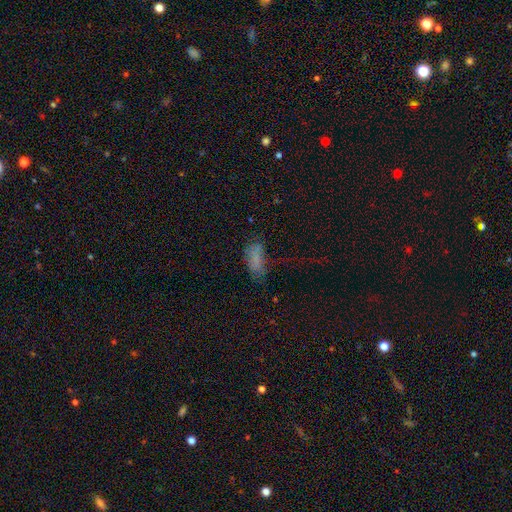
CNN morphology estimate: smooth_or_featured: smooth (p=0.70) [alt: star or artifact p=0.15]
how_rounded: in between (p=0.81) [alt: cigar-shaped p=0.15]
merging: none (p=0.45) [alt: minor disturbance p=0.27]